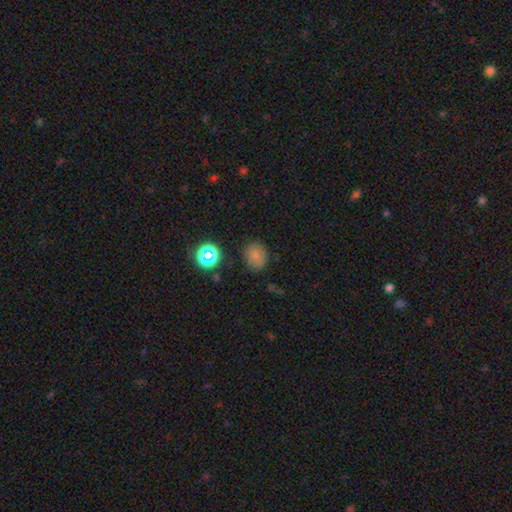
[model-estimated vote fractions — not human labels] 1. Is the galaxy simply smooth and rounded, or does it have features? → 73% smooth, 18% star or artifact, 9% featured or disk.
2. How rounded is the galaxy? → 61% round, 38% in between, 1% cigar-shaped.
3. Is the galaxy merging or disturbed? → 74% none, 18% minor disturbance, 5% major disturbance, 3% merger.